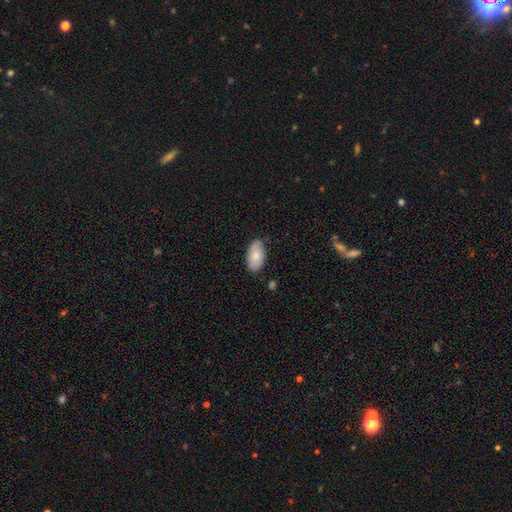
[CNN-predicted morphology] smooth 72%, featured or disk 22%, star or artifact 6%. Down the decision tree: how rounded — in between (94%); merging — none (75%).